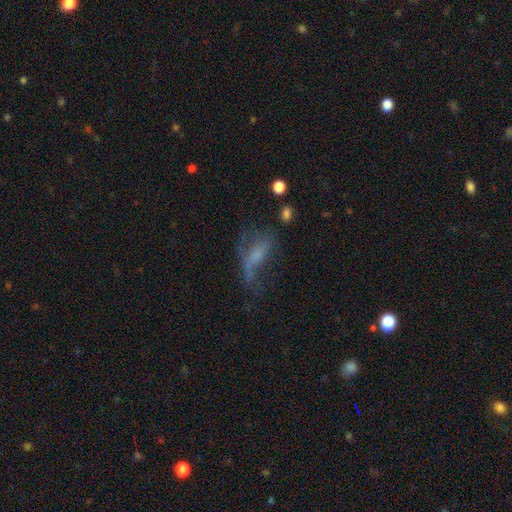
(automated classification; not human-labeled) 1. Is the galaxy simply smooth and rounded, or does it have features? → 44% featured or disk, 38% smooth, 18% star or artifact.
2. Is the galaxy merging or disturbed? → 49% major disturbance, 26% none, 19% minor disturbance, 6% merger.